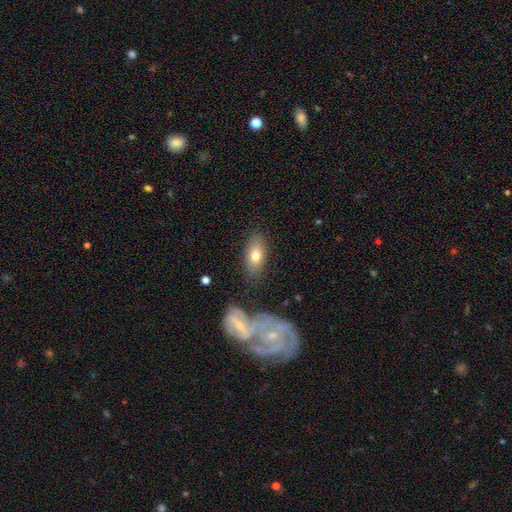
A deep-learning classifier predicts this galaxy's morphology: Smooth or featured?
  - smooth: 72% *
  - featured or disk: 20%
  - star or artifact: 7%
How rounded?
  - in between: 87% *
  - cigar-shaped: 8%
  - round: 5%
Merging?
  - none: 77% *
  - minor disturbance: 13%
  - merger: 5%
  - major disturbance: 4%